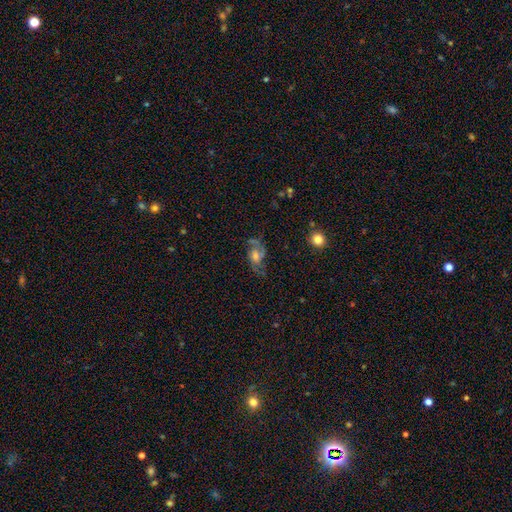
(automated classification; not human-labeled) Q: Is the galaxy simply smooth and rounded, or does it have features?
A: featured or disk — 77%.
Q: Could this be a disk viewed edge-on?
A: no — 96%.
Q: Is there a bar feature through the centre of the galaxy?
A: no — 60%.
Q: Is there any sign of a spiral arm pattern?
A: yes — 93%.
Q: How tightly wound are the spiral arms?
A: medium — 47%.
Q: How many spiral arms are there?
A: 2 — 77%.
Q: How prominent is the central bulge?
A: moderate — 54%.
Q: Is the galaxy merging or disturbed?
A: none — 66%.